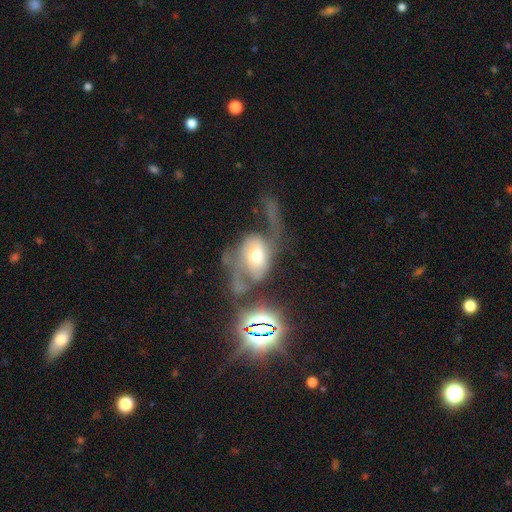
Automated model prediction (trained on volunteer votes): smooth_or_featured: featured or disk (p=0.61) [alt: smooth p=0.26]
disk_edge_on: no (p=0.94) [alt: yes p=0.06]
bar: no (p=0.67) [alt: weak p=0.23]
has_spiral_arms: yes (p=0.71) [alt: no p=0.29]
bulge_size: moderate (p=0.64) [alt: small p=0.17]
merging: major disturbance (p=0.49) [alt: none p=0.19]